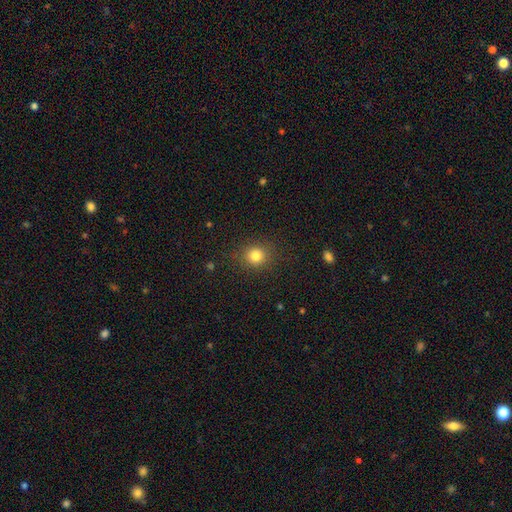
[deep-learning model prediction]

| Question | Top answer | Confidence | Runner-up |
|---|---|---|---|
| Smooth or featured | smooth | 82% | star or artifact (13%) |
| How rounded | round | 85% | in between (14%) |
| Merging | none | 87% | minor disturbance (8%) |